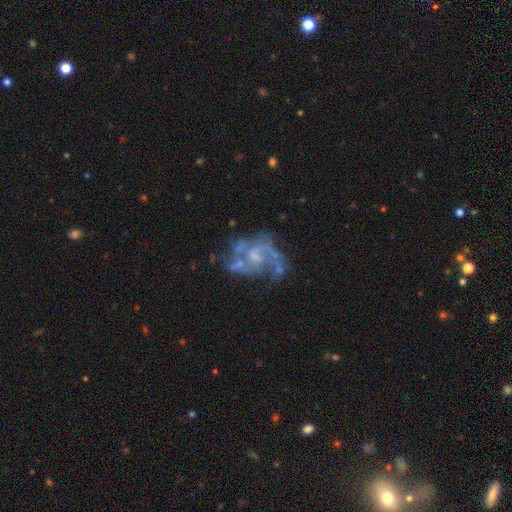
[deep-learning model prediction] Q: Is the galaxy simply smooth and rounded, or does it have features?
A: featured or disk — 82%.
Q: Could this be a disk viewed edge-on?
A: no — 98%.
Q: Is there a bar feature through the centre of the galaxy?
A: no — 55%.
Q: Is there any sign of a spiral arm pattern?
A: yes — 81%.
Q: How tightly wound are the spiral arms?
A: medium — 47%.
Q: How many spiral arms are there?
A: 2 — 45%.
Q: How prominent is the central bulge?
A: small — 41%.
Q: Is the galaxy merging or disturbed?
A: none — 45%.